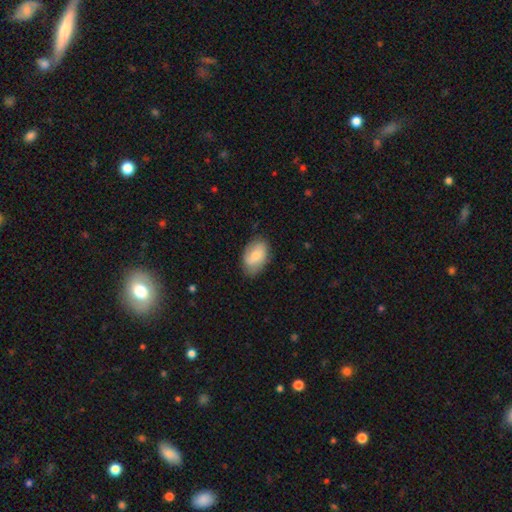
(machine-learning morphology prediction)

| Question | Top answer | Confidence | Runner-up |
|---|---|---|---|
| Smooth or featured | smooth | 71% | featured or disk (23%) |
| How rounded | in between | 90% | round (9%) |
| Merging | none | 76% | minor disturbance (19%) |